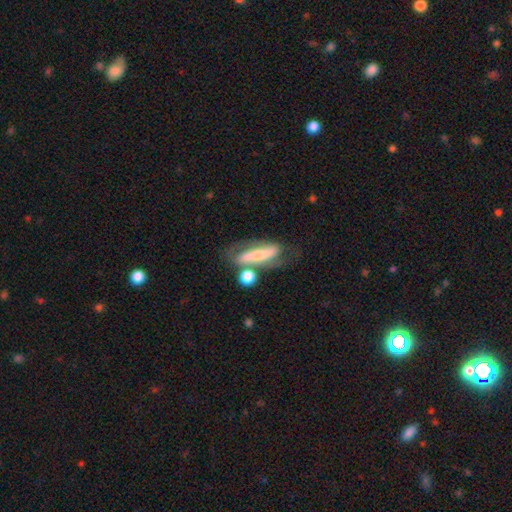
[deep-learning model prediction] This is possibly a featured or disk galaxy (49%). Merging: possibly none (56%).